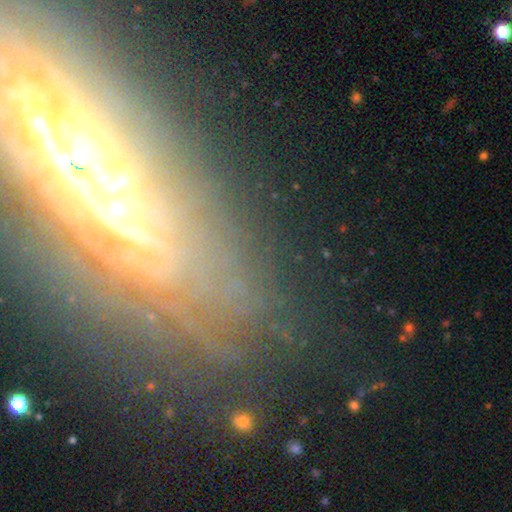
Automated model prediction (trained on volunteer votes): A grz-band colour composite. It shows a featured or disk galaxy (58%). Merging: none (73%).